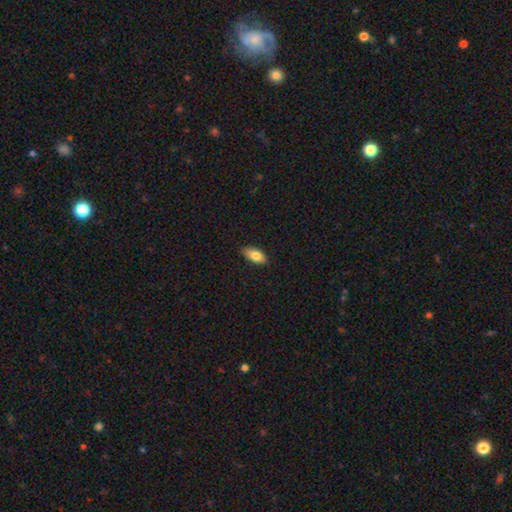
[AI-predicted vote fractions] Smooth or featured? smooth (80%)
How rounded? in between (88%)
Merging? none (87%)